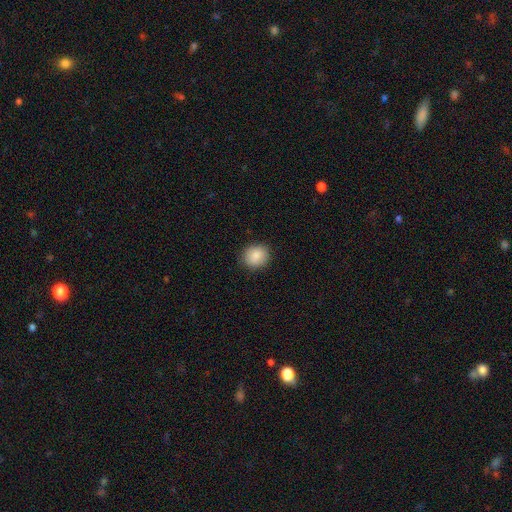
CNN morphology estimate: Q: Smooth or featured?
A: smooth (88%); runner-up: star or artifact (8%)
Q: How rounded?
A: round (71%); runner-up: in between (28%)
Q: Merging?
A: none (88%); runner-up: minor disturbance (9%)